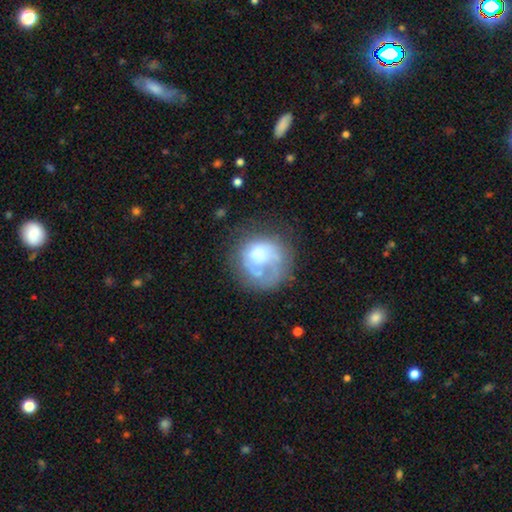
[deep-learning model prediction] Smooth or featured? Predicted: featured or disk (p=0.48). Merging? Predicted: none (p=0.49).